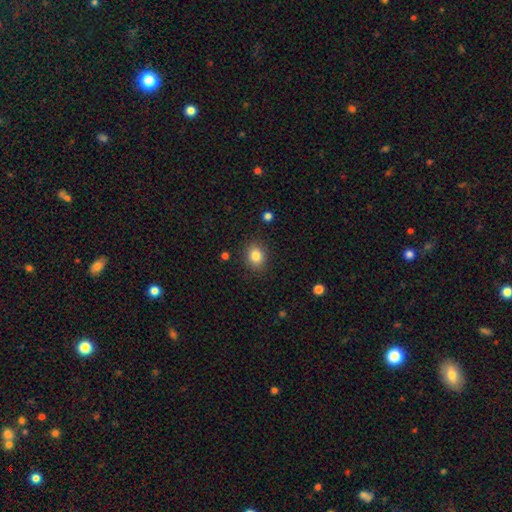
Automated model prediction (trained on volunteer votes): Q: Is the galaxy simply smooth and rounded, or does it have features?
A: smooth — 84%.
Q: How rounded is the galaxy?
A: round — 68%.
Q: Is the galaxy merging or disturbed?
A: none — 88%.